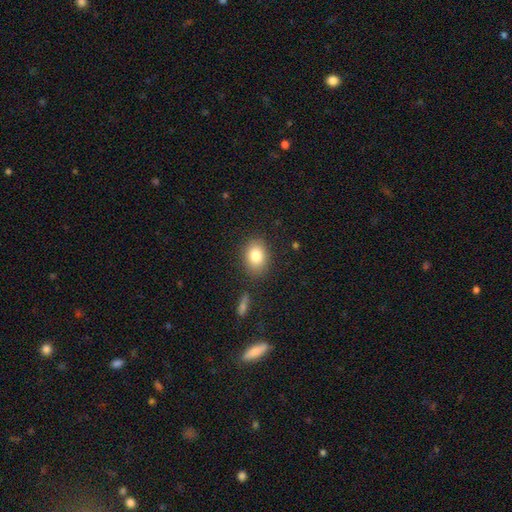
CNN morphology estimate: A smooth galaxy with no disk features (82%) that is in between round and cigar-shaped (67%). Merging: none (83%).